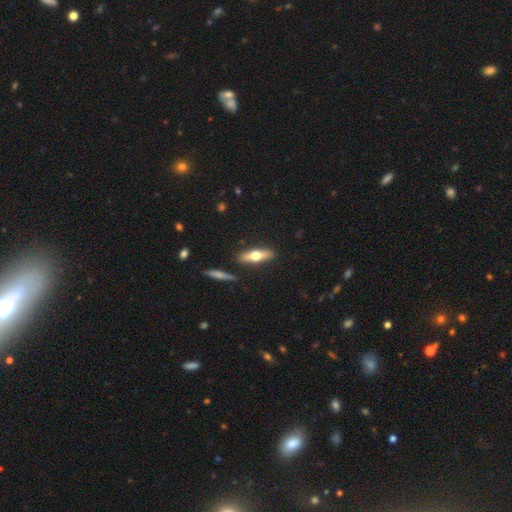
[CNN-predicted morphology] Q: Smooth or featured?
A: featured or disk (48%); runner-up: smooth (46%)
Q: Merging?
A: none (86%); runner-up: minor disturbance (8%)